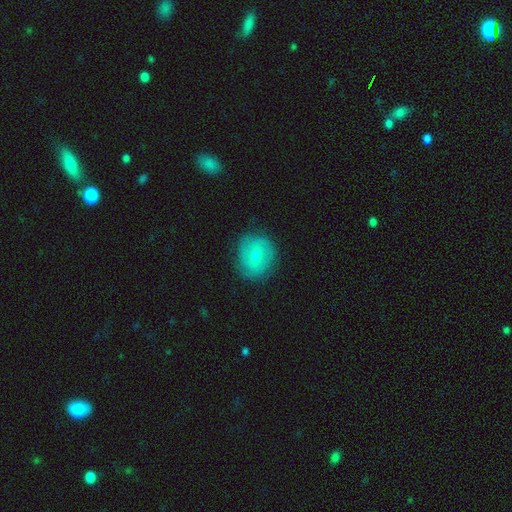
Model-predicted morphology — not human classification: type=smooth (51%); roundness=round (73%); merging=none (80%).